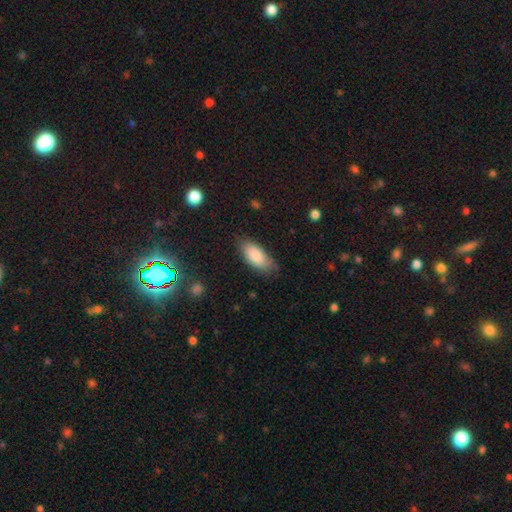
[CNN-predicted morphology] smooth 87%, featured or disk 7%, star or artifact 6%. Down the decision tree: how rounded — in between (88%); merging — none (76%).